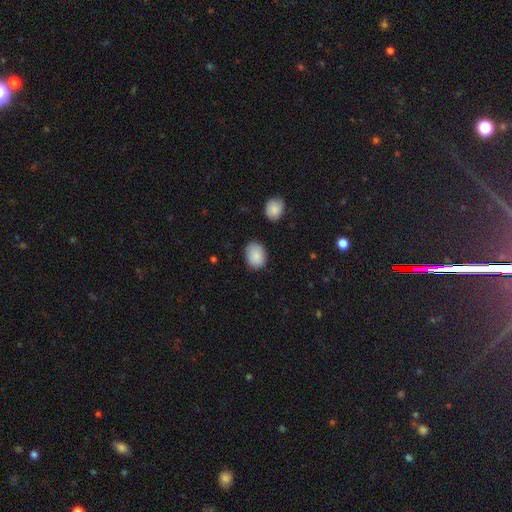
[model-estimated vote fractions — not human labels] Smooth or featured? Predicted: smooth (p=0.88). How rounded? Predicted: in between (p=0.59). Merging? Predicted: none (p=0.80).